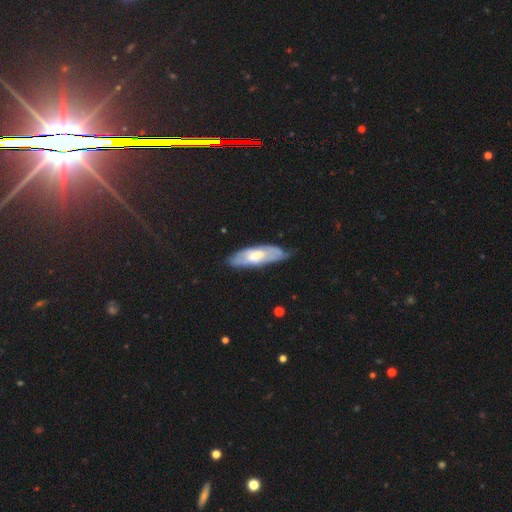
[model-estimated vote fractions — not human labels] Morphology: type=featured or disk (53%); edge-on=no (69%); merging=none (64%).